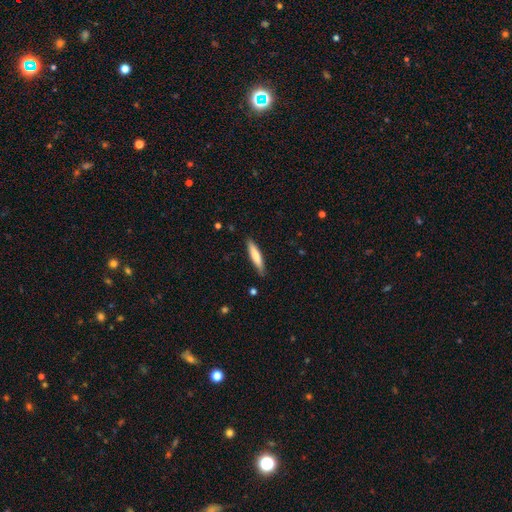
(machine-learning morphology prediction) A smooth galaxy with no disk features (71%) that is cigar-shaped (86%). Merging: none (87%).